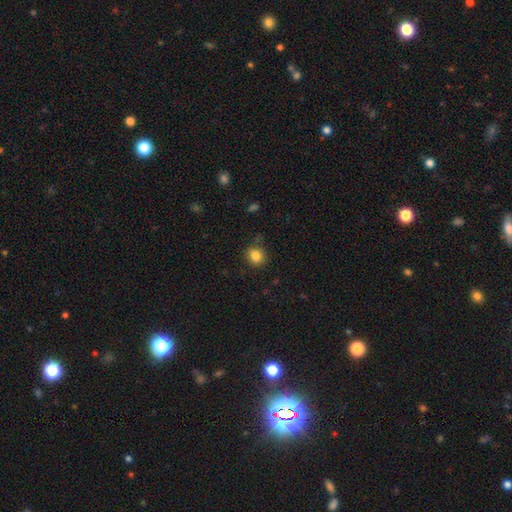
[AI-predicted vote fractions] Smooth or featured?
  - smooth: 84% *
  - star or artifact: 11%
  - featured or disk: 6%
How rounded?
  - round: 70% *
  - in between: 29%
  - cigar-shaped: 1%
Merging?
  - none: 83% *
  - minor disturbance: 12%
  - major disturbance: 3%
  - merger: 2%